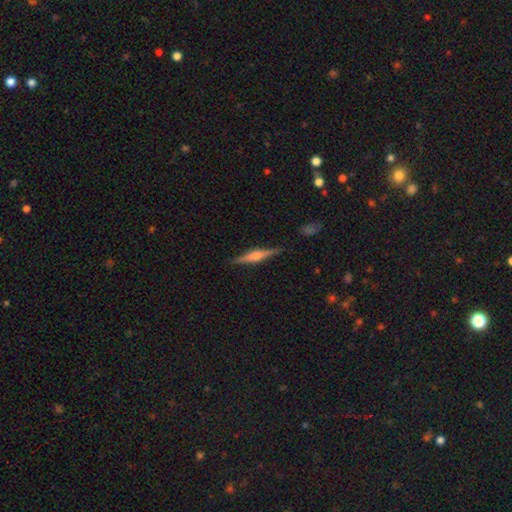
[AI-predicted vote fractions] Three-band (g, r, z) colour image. It shows a featured or disk galaxy (68%) viewed edge-on (97%) with a rounded central bulge (75%). Merging: none (88%).